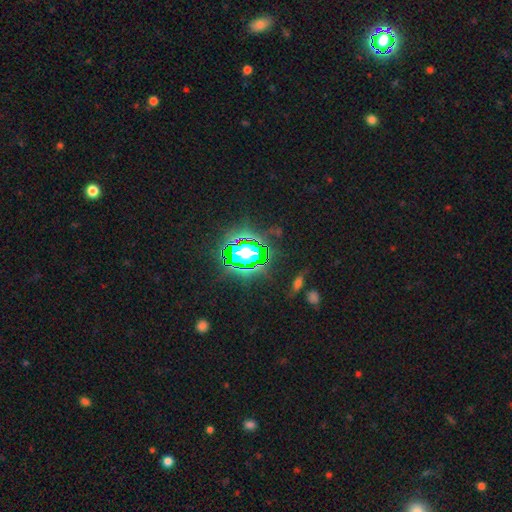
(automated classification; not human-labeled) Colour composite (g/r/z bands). It shows a star or artifact, not a galaxy (82%).